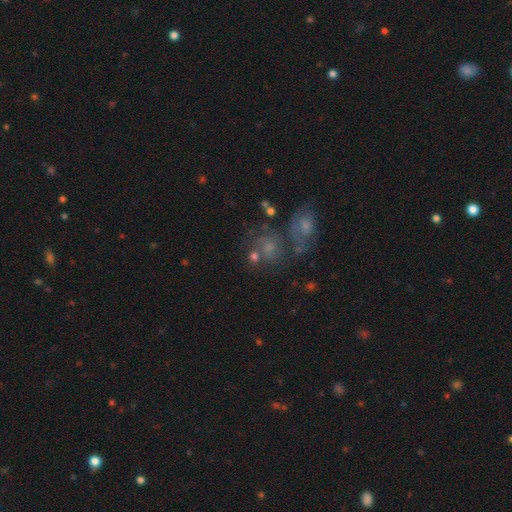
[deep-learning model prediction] Smooth or featured?
  - smooth: 43% *
  - featured or disk: 30%
  - star or artifact: 27%
Merging?
  - none: 45% *
  - merger: 30%
  - minor disturbance: 14%
  - major disturbance: 11%